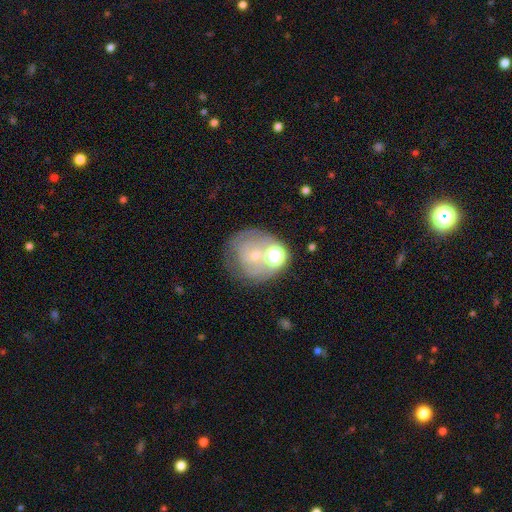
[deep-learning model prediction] smooth-or-featured: smooth: 48% | featured or disk: 39% | star or artifact: 13%
  merging: none: 48% | merger: 21% | minor disturbance: 18% | major disturbance: 13%